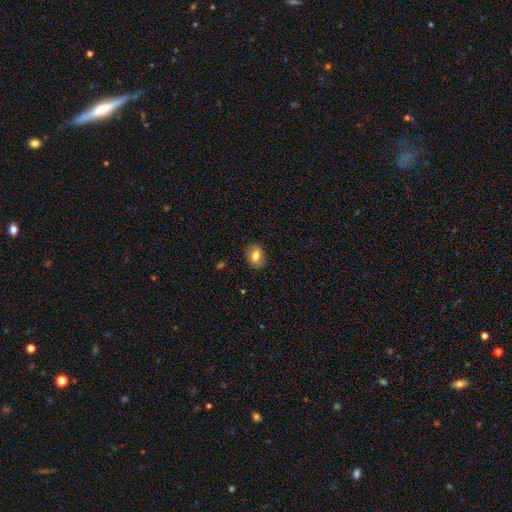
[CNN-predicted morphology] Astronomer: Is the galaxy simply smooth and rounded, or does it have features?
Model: smooth — 79%.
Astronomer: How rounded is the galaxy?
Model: in between — 62% (runner-up: round, 37%).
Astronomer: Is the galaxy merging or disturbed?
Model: none — 85%.